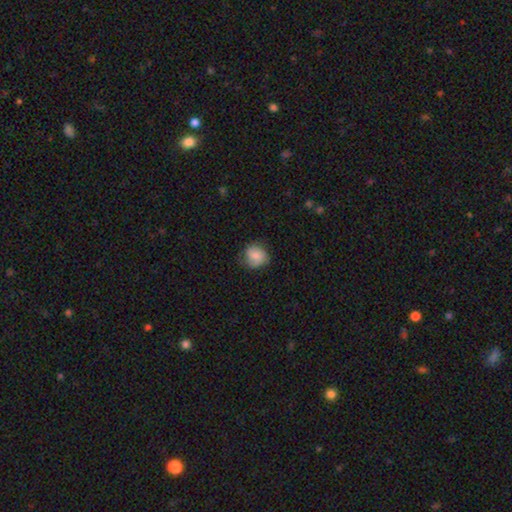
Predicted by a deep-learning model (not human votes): A smooth galaxy with no disk features (70%) that is round (78%). Merging: none (66%).